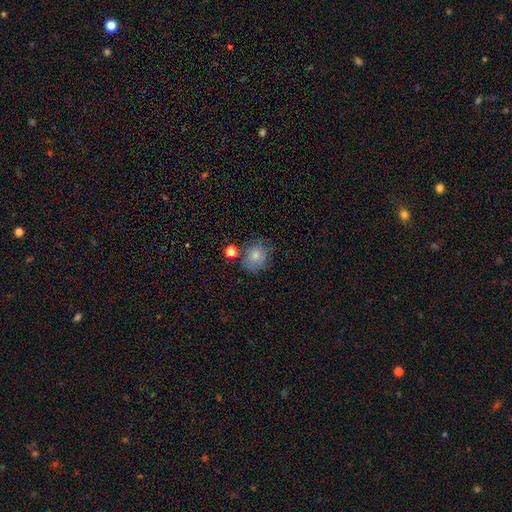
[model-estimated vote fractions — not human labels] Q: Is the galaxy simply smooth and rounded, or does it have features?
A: smooth — 79%.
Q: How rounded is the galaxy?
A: round — 74%.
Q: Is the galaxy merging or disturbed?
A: none — 65%.